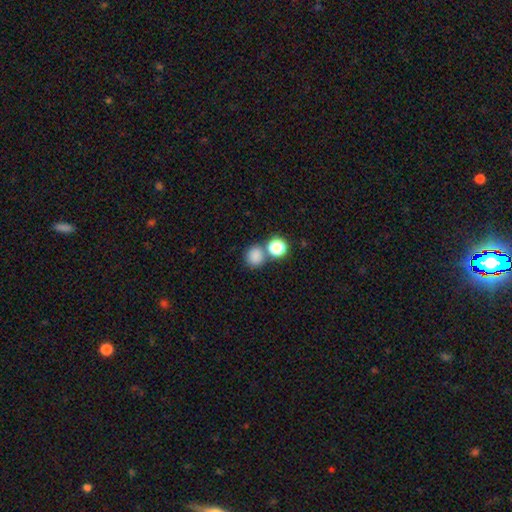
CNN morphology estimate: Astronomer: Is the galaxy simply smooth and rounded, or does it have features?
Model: smooth — 82%.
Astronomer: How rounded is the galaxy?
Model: round — 85%.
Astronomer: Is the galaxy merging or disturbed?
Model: none — 63%.